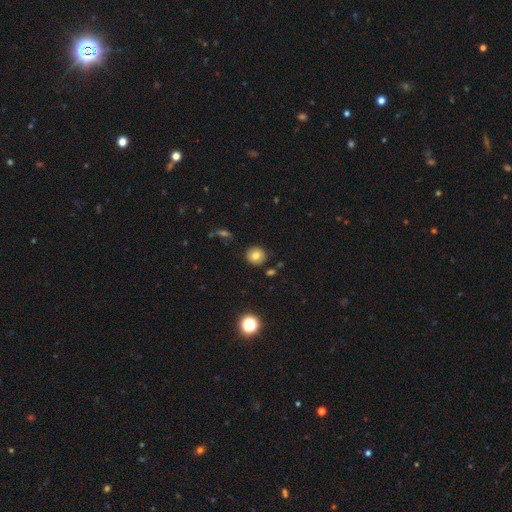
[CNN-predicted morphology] Overall: smooth (76%). How rounded: round (92%). Merging: none (88%).